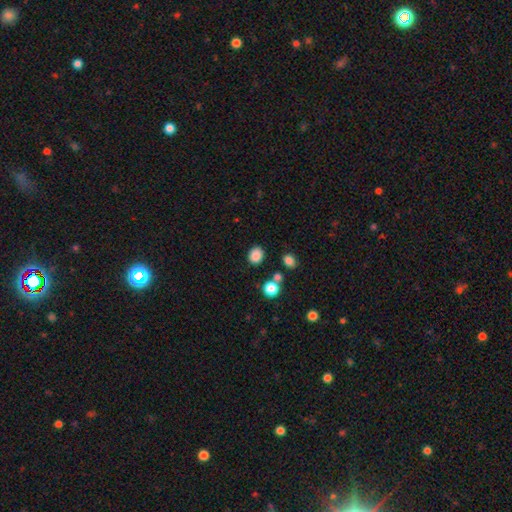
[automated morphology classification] A smooth galaxy with no disk features (84%) that is round (59%). Merging: none (82%).